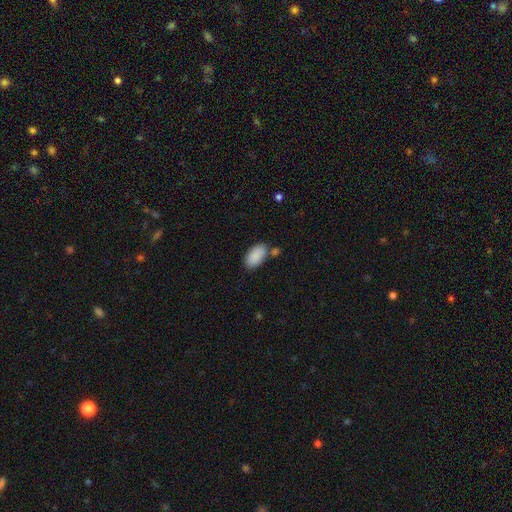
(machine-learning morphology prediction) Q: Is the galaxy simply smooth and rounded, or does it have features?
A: smooth — 89%.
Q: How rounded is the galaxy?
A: in between — 95%.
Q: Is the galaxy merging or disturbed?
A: none — 72%.